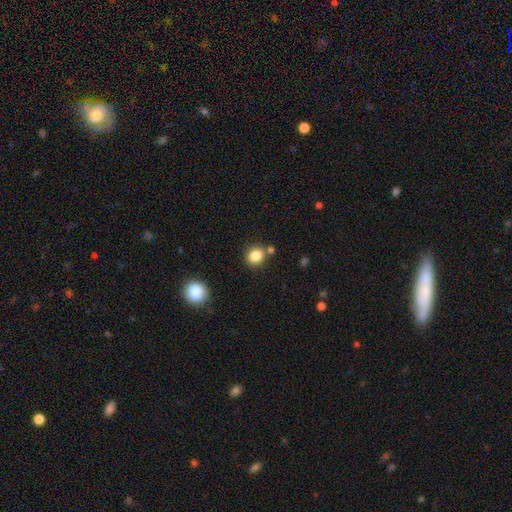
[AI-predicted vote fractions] Smooth or featured?
  - smooth: 84% *
  - star or artifact: 10%
  - featured or disk: 5%
How rounded?
  - round: 75% *
  - in between: 24%
  - cigar-shaped: 1%
Merging?
  - none: 74% *
  - merger: 12%
  - minor disturbance: 11%
  - major disturbance: 3%